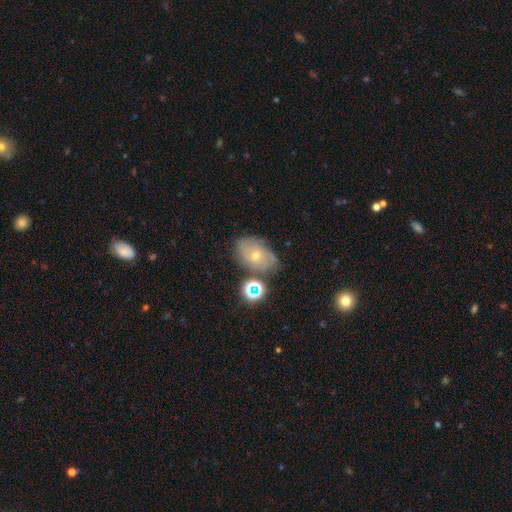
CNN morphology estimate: Smooth or featured? featured or disk (50%)
Merging? none (64%)